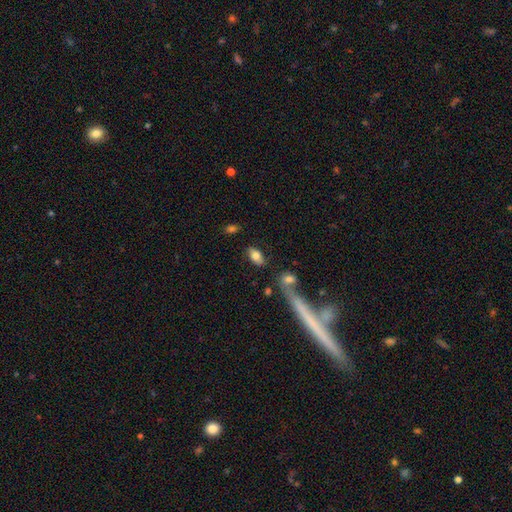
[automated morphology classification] Q: Smooth or featured?
A: smooth (77%); runner-up: featured or disk (16%)
Q: How rounded?
A: in between (90%); runner-up: round (6%)
Q: Merging?
A: none (77%); runner-up: minor disturbance (12%)